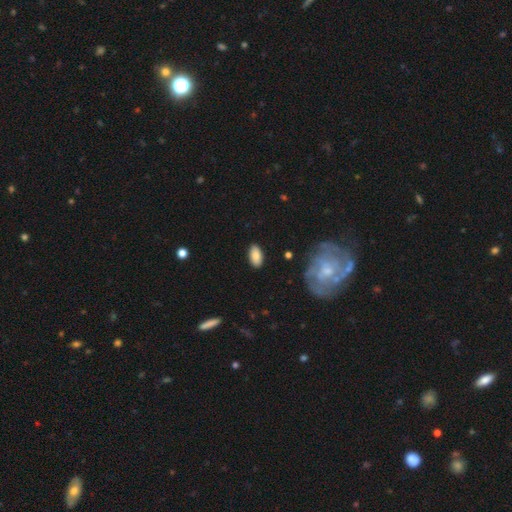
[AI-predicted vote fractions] The model was most divided on "merging": none: 85%, minor disturbance: 11%, major disturbance: 3%, merger: 1%. More confident: how rounded — in between (93%); smooth or featured — smooth (84%).